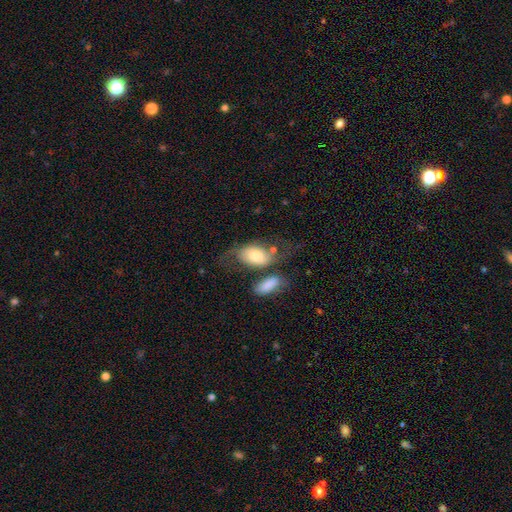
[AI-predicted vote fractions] A smooth galaxy with no disk features (65%) that is in between round and cigar-shaped (88%).

Vote fractions:
- Smooth or featured? smooth: 65% / featured or disk: 29% / star or artifact: 7%
- How rounded? in between: 88% / round: 8% / cigar-shaped: 4%
- Merging? none: 33% / merger: 31% / minor disturbance: 18% / major disturbance: 18%